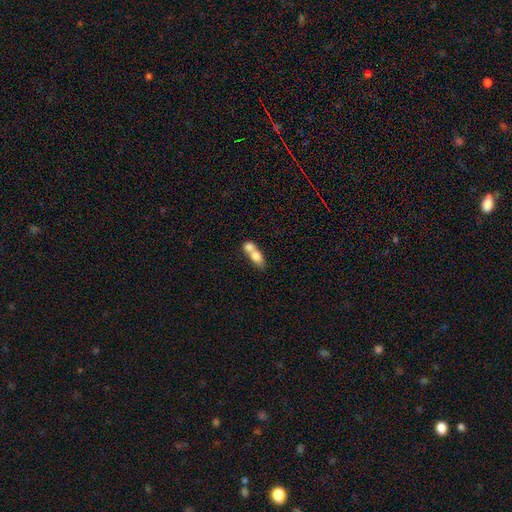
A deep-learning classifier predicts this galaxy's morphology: type=smooth (73%); roundness=in between (68%); merging=merger (74%).